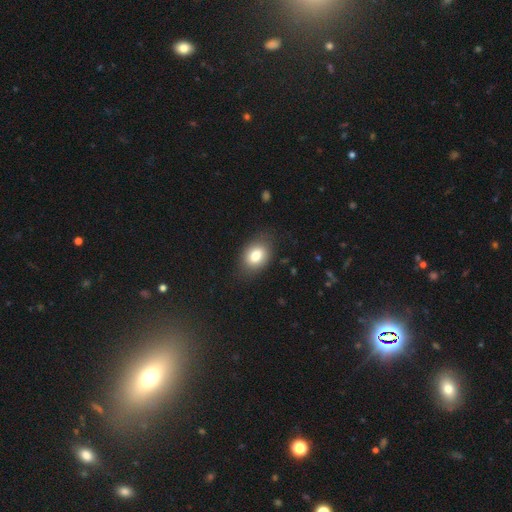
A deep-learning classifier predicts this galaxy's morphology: Overall: smooth (79%). How rounded: in between (75%). Merging: none (79%).